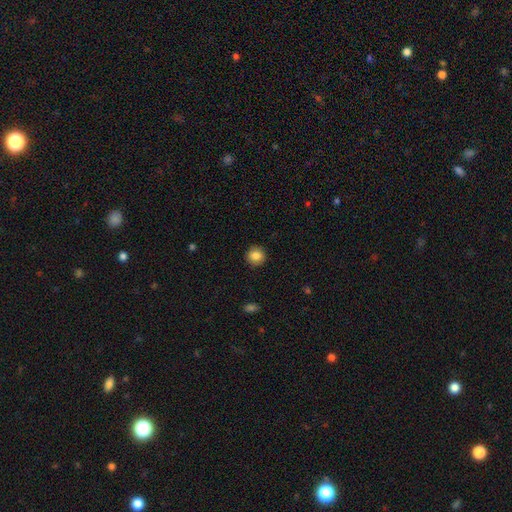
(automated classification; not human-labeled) Q: Smooth or featured?
A: smooth (85%); runner-up: star or artifact (9%)
Q: How rounded?
A: round (93%); runner-up: in between (6%)
Q: Merging?
A: none (92%); runner-up: minor disturbance (5%)